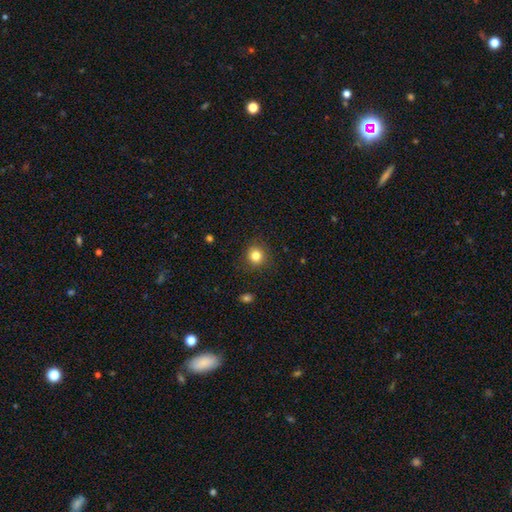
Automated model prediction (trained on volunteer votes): Overall: smooth (83%). How rounded: round (90%). Merging: none (88%).